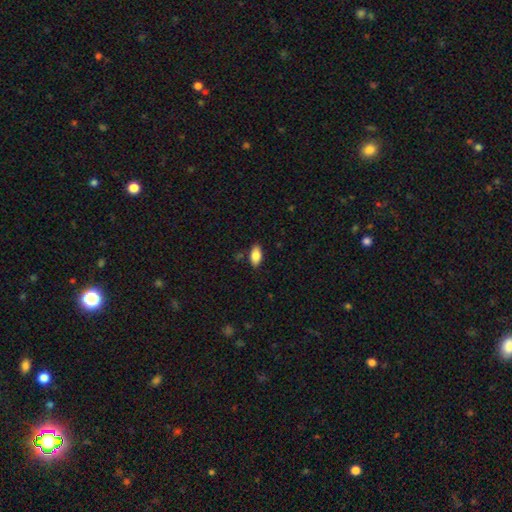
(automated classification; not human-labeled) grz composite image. It shows a smooth galaxy with no disk features (84%) that is in between round and cigar-shaped (92%). Merging: none (84%).